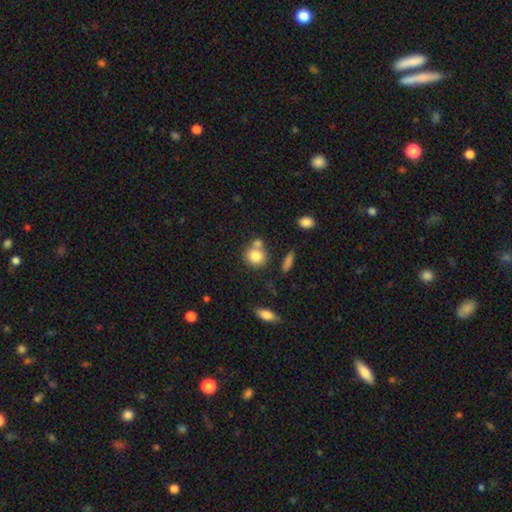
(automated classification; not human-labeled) This is clearly a smooth galaxy (81%). How rounded: likely round (73%). Merging: possibly none (51%).